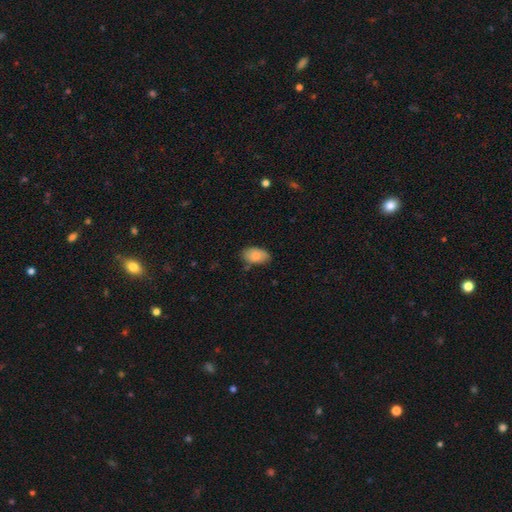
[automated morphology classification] smooth-or-featured: smooth: 79% | featured or disk: 14% | star or artifact: 7%
  how-rounded: in between: 92% | round: 7% | cigar-shaped: 2%
  merging: none: 71% | minor disturbance: 23% | major disturbance: 4% | merger: 2%